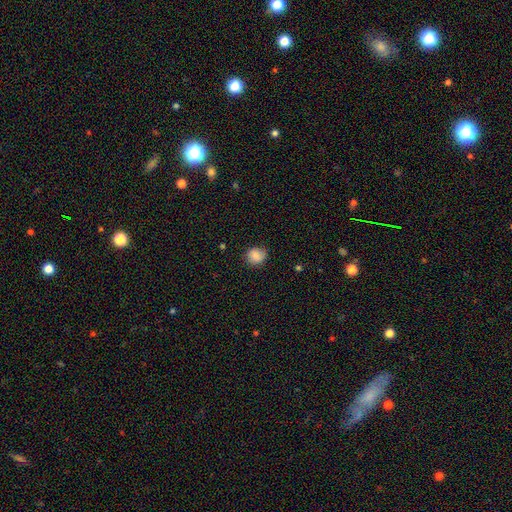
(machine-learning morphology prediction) Q: Smooth or featured?
A: smooth (77%); runner-up: featured or disk (14%)
Q: How rounded?
A: round (79%); runner-up: in between (20%)
Q: Merging?
A: none (76%); runner-up: minor disturbance (19%)